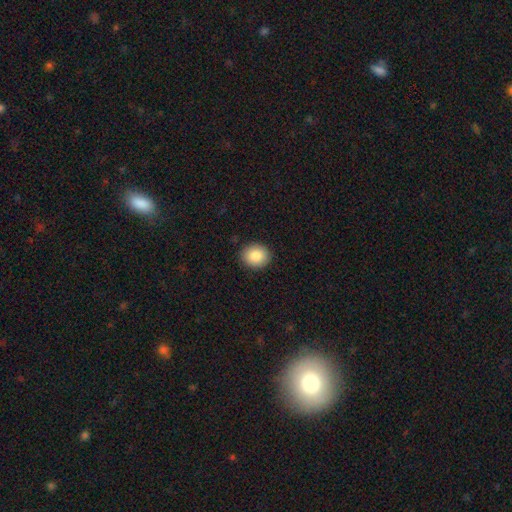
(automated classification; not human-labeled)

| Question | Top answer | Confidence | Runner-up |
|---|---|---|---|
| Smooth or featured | smooth | 87% | star or artifact (8%) |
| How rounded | round | 65% | in between (34%) |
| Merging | none | 90% | minor disturbance (7%) |